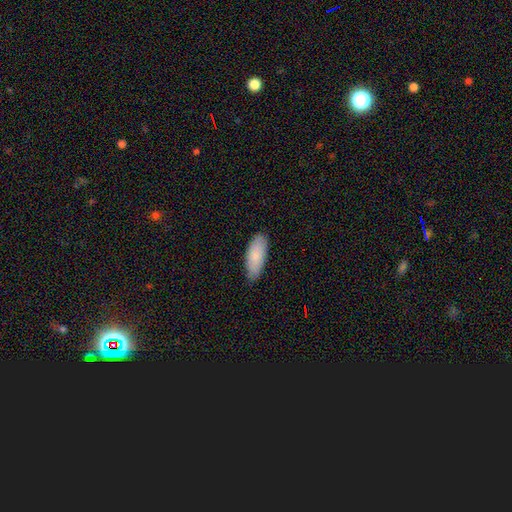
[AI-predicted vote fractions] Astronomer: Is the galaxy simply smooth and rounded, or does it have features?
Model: smooth — 86%.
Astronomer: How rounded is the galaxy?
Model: in between — 78%.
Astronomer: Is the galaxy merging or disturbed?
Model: none — 81%.